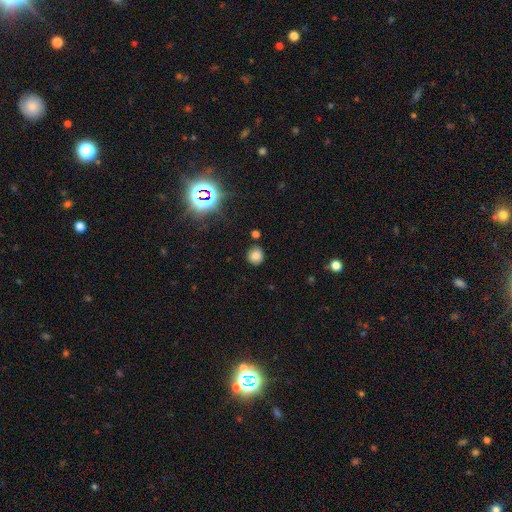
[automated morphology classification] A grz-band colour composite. It shows a smooth galaxy with no disk features (80%) that is round (89%). Merging: none (85%).